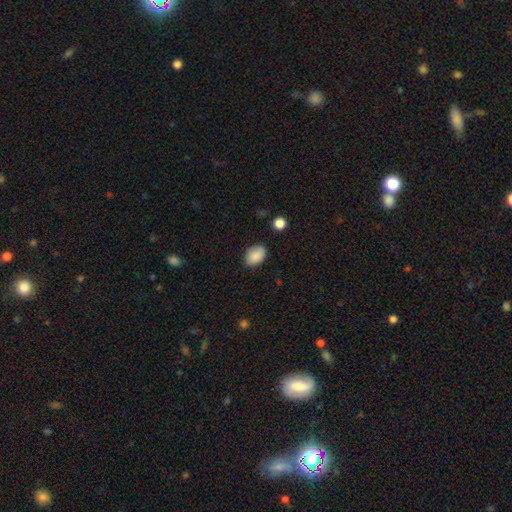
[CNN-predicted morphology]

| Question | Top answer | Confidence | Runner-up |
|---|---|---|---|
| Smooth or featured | smooth | 88% | star or artifact (7%) |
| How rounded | in between | 83% | round (16%) |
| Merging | none | 81% | minor disturbance (15%) |